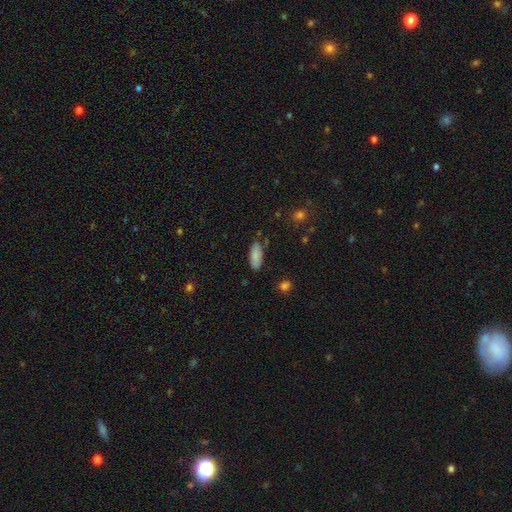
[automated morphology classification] A smooth galaxy with no disk features (85%) that is in between round and cigar-shaped (78%). Merging: none (82%).